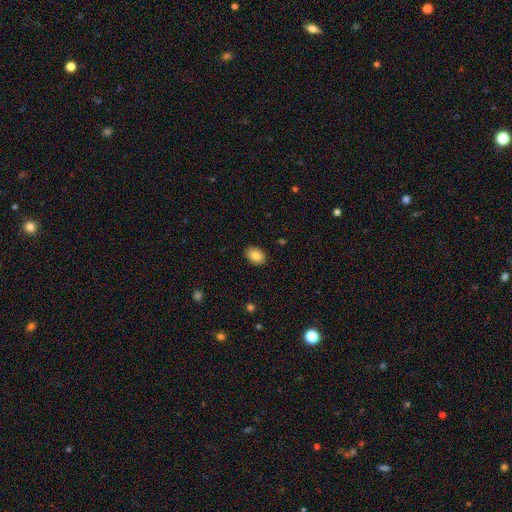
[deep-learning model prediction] Overall: smooth (85%). How rounded: in between (73%). Merging: none (89%).